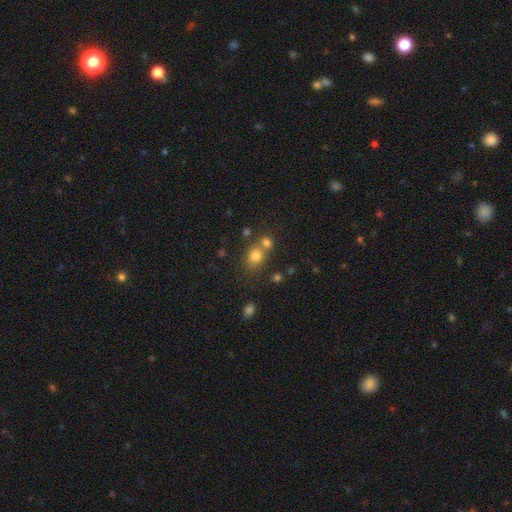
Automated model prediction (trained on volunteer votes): This is likely a smooth galaxy (76%). How rounded: likely round (65%). Merging: possibly none (52%).